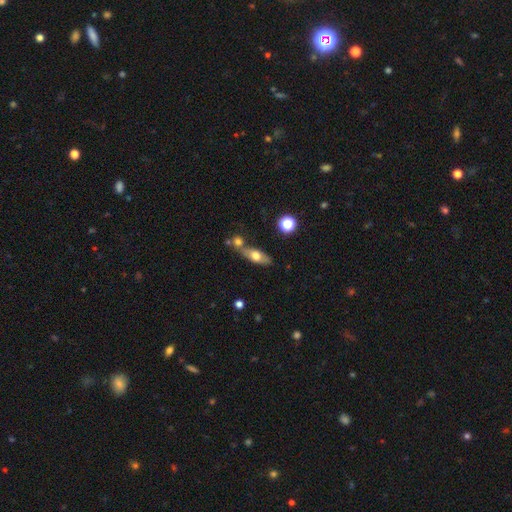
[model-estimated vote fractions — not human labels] smooth 58%, featured or disk 33%, star or artifact 8%. Down the decision tree: how rounded — in between (66%); merging — none (51%).